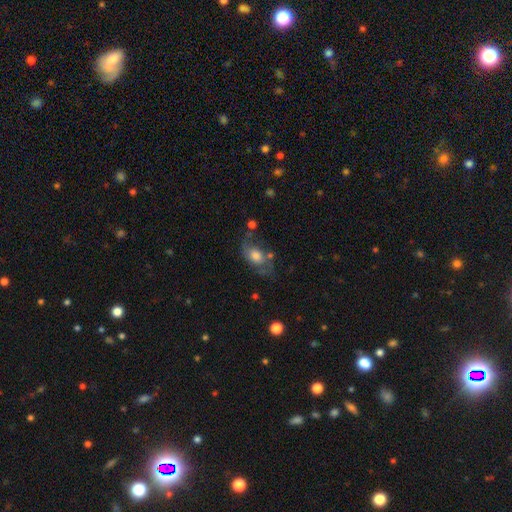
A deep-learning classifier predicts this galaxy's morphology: Q: Smooth or featured?
A: featured or disk (51%); runner-up: smooth (41%)
Q: Edge-on disk?
A: no (92%); runner-up: yes (8%)
Q: Merging?
A: none (48%); runner-up: minor disturbance (25%)